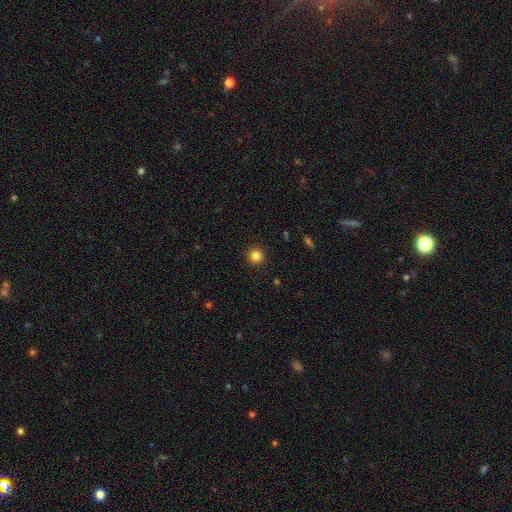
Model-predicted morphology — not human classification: smooth 84%, star or artifact 12%, featured or disk 4%. Down the decision tree: how rounded — round (96%); merging — none (93%).